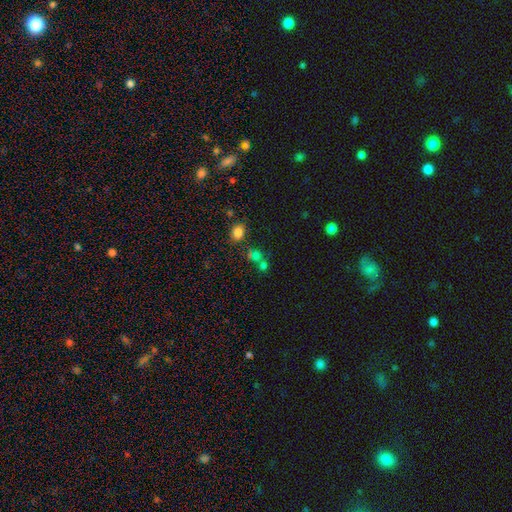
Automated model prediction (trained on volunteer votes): This is likely a smooth galaxy (65%). How rounded: likely round (71%). Merging: possibly none (48%).